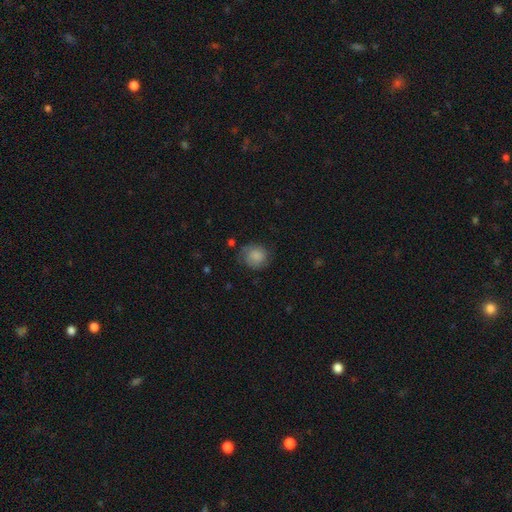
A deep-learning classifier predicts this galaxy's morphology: A smooth galaxy with no disk features (76%) that is round (81%).

Vote fractions:
- Smooth or featured? smooth: 76% / featured or disk: 16% / star or artifact: 8%
- How rounded? round: 81% / in between: 18% / cigar-shaped: 1%
- Merging? none: 64% / minor disturbance: 25% / major disturbance: 9% / merger: 2%